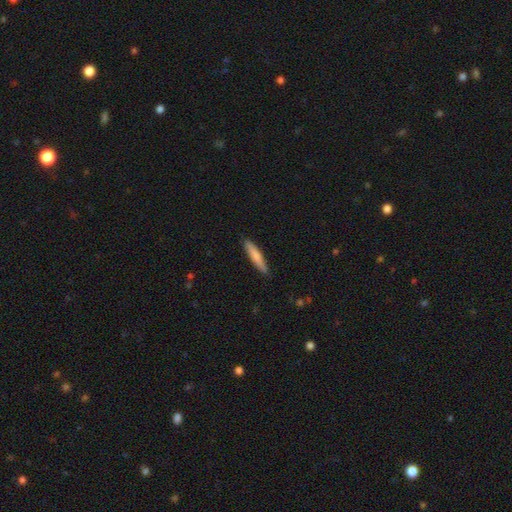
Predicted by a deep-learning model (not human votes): Morphology: type=smooth (75%); roundness=cigar-shaped (90%); merging=none (89%).